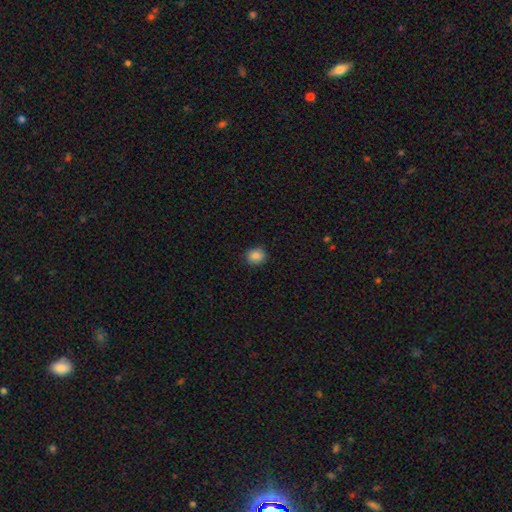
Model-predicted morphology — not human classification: Overall: smooth (87%). How rounded: round (71%). Merging: none (90%).